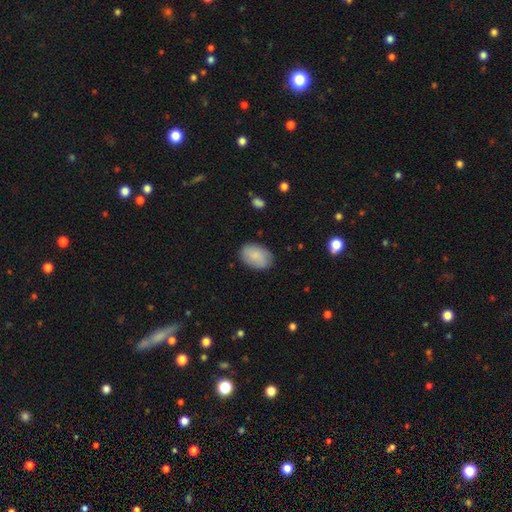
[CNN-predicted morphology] A smooth galaxy with no disk features (83%) that is in between round and cigar-shaped (87%).

Vote fractions:
- Smooth or featured? smooth: 83% / featured or disk: 11% / star or artifact: 6%
- How rounded? in between: 87% / round: 12% / cigar-shaped: 1%
- Merging? none: 83% / minor disturbance: 13% / major disturbance: 3% / merger: 1%